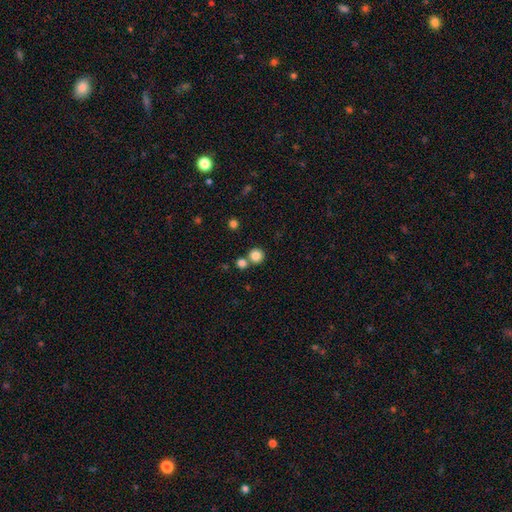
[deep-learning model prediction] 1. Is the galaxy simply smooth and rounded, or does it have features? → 84% smooth, 11% star or artifact, 5% featured or disk.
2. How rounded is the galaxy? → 92% round, 7% in between, 1% cigar-shaped.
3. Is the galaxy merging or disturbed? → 69% none, 22% merger, 7% minor disturbance, 3% major disturbance.